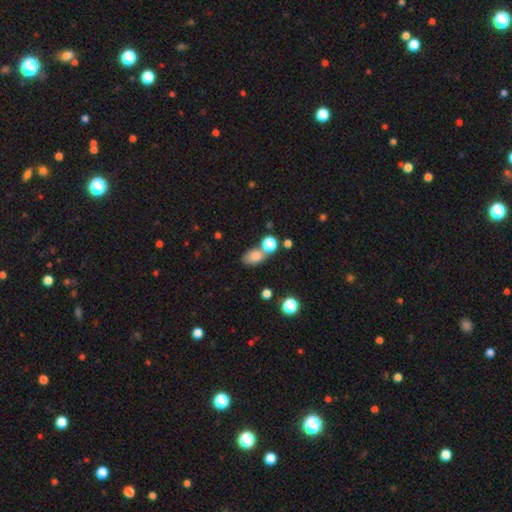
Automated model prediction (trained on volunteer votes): Smooth or featured?
  - smooth: 78% *
  - star or artifact: 12%
  - featured or disk: 9%
How rounded?
  - in between: 78% *
  - round: 20%
  - cigar-shaped: 2%
Merging?
  - none: 53% *
  - merger: 27%
  - minor disturbance: 14%
  - major disturbance: 6%